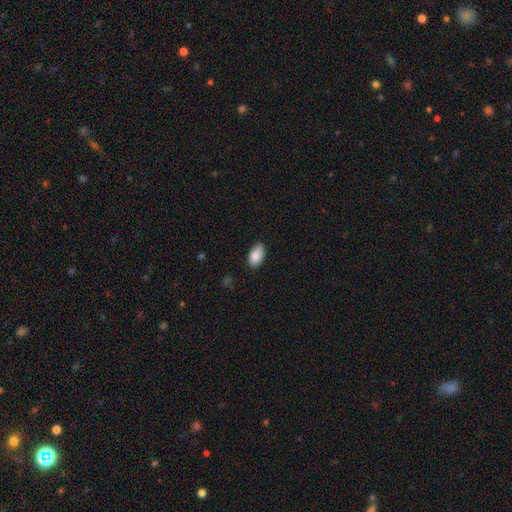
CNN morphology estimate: Smooth or featured? smooth (87%)
How rounded? in between (95%)
Merging? none (86%)